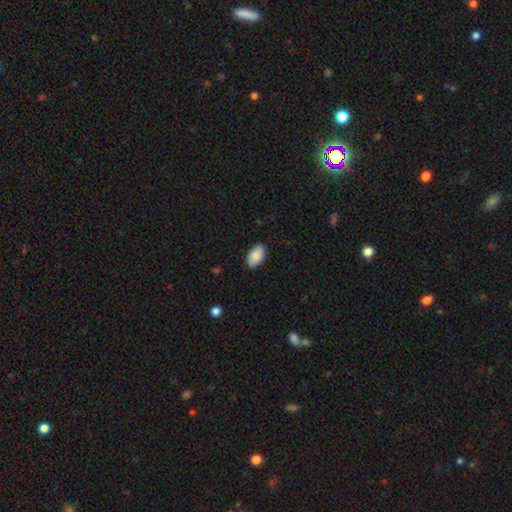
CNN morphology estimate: This is clearly a smooth galaxy (88%). How rounded: clearly in between (95%). Merging: clearly none (86%).